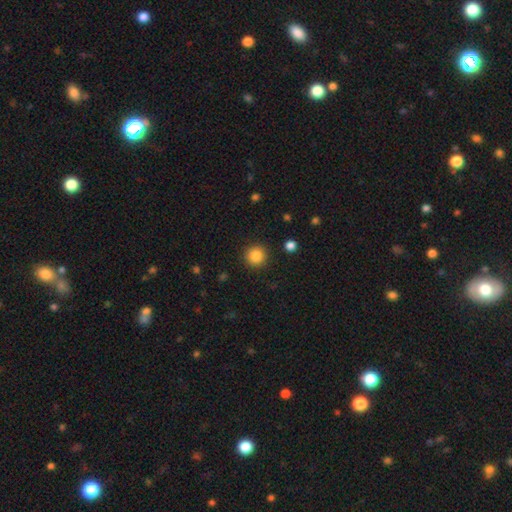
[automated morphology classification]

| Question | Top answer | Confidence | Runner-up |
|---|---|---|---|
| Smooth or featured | smooth | 86% | star or artifact (10%) |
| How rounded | round | 95% | in between (4%) |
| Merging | none | 91% | minor disturbance (5%) |